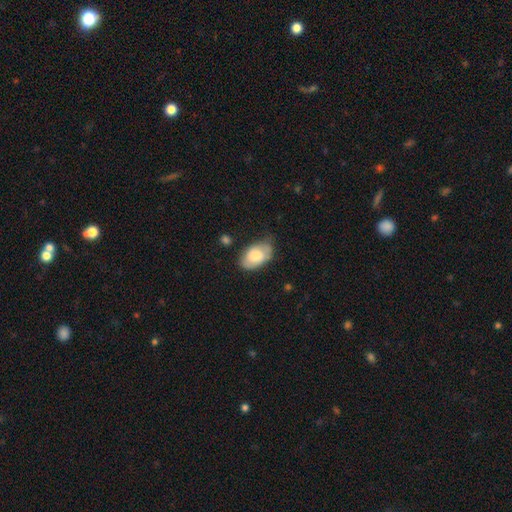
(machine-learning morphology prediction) smooth-or-featured: smooth: 73% | featured or disk: 20% | star or artifact: 6%
  how-rounded: in between: 93% | round: 6% | cigar-shaped: 1%
  merging: none: 58% | minor disturbance: 32% | major disturbance: 8% | merger: 2%